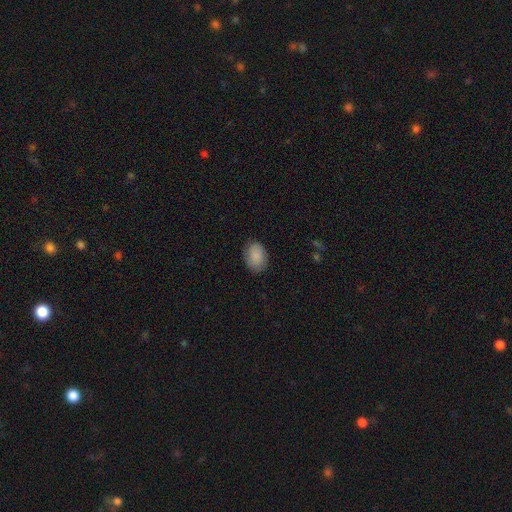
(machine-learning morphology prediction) smooth_or_featured: smooth (p=0.87) [alt: star or artifact p=0.07]
how_rounded: in between (p=0.76) [alt: round p=0.23]
merging: none (p=0.83) [alt: minor disturbance p=0.13]